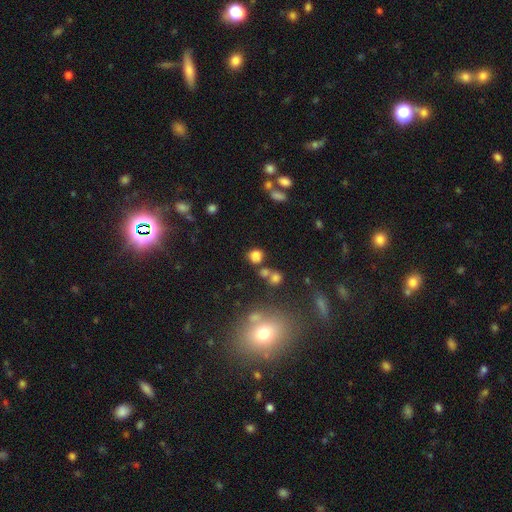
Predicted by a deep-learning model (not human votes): A smooth galaxy with no disk features (72%) that is round (77%). Merging: none (59%).